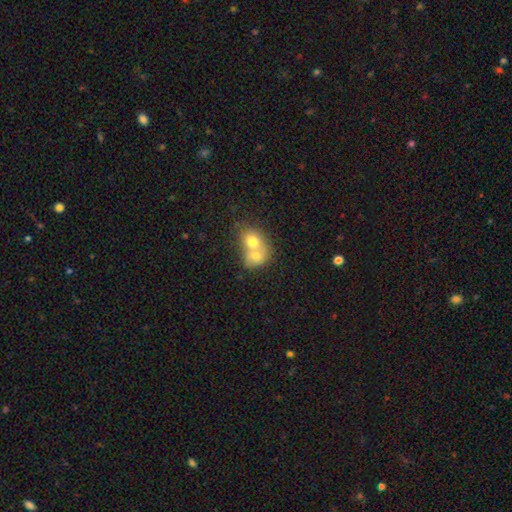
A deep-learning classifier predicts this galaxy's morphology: Smooth or featured?
  - smooth: 68% *
  - featured or disk: 23%
  - star or artifact: 9%
How rounded?
  - round: 52% *
  - in between: 47%
  - cigar-shaped: 1%
Merging?
  - merger: 78% *
  - none: 15%
  - minor disturbance: 5%
  - major disturbance: 2%